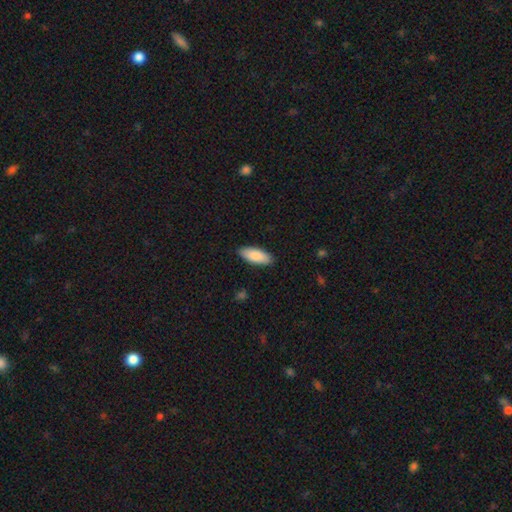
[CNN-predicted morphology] Smooth or featured? smooth (88%)
How rounded? in between (80%)
Merging? none (89%)